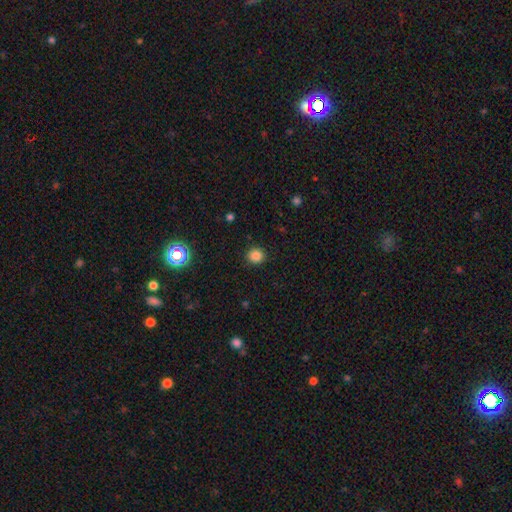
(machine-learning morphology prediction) A smooth galaxy with no disk features (84%) that is round (87%). Merging: none (90%).